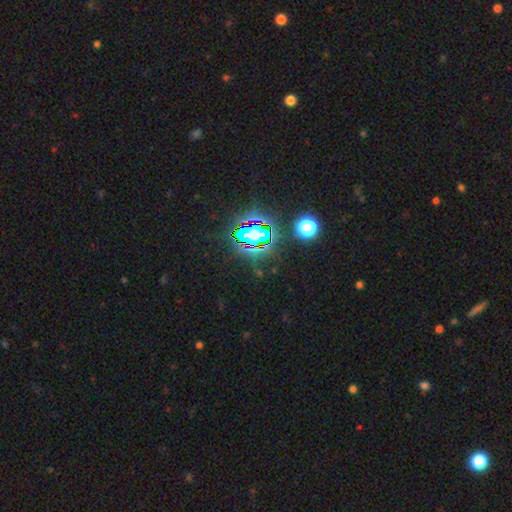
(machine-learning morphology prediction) Smooth or featured: star or artifact — 81% (smooth — 12%)